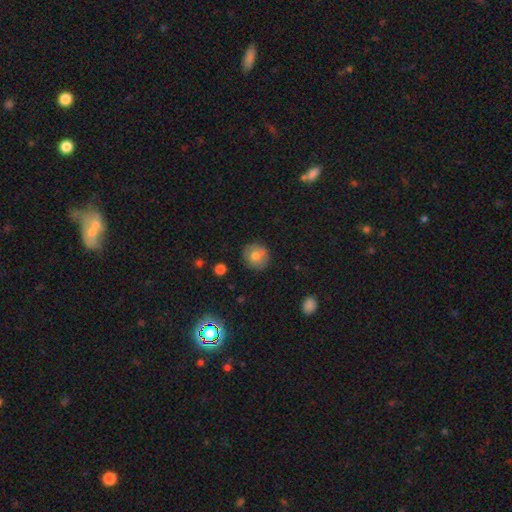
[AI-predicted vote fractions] A smooth galaxy with no disk features (72%) that is round (90%).

Vote fractions:
- Smooth or featured? smooth: 72% / featured or disk: 18% / star or artifact: 10%
- How rounded? round: 90% / in between: 9% / cigar-shaped: 1%
- Merging? none: 86% / minor disturbance: 10% / major disturbance: 2% / merger: 2%